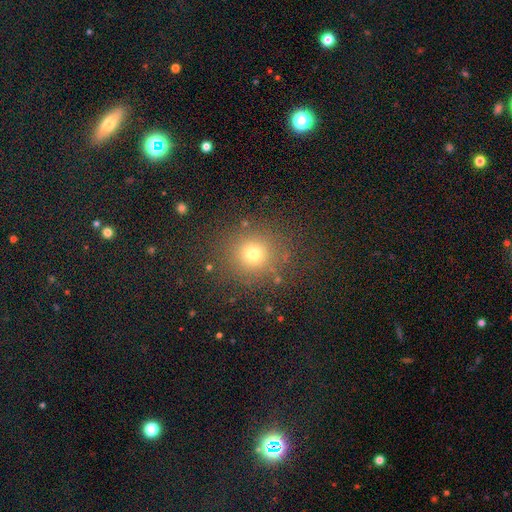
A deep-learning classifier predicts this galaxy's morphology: Smooth or featured? Predicted: smooth (p=0.71). How rounded? Predicted: round (p=0.89). Merging? Predicted: none (p=0.84).